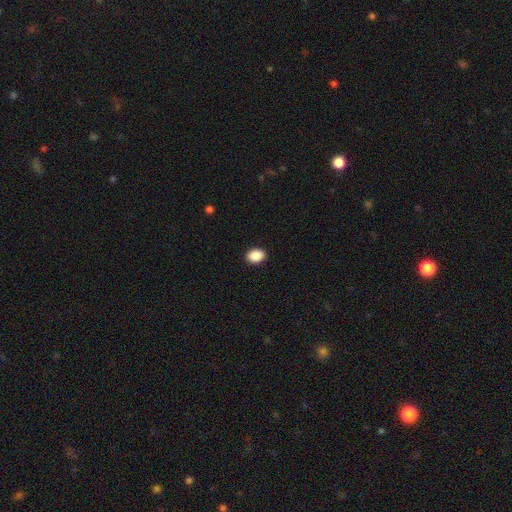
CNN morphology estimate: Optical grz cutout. It shows a smooth galaxy with no disk features (90%) that is in between round and cigar-shaped (74%). Merging: none (91%).